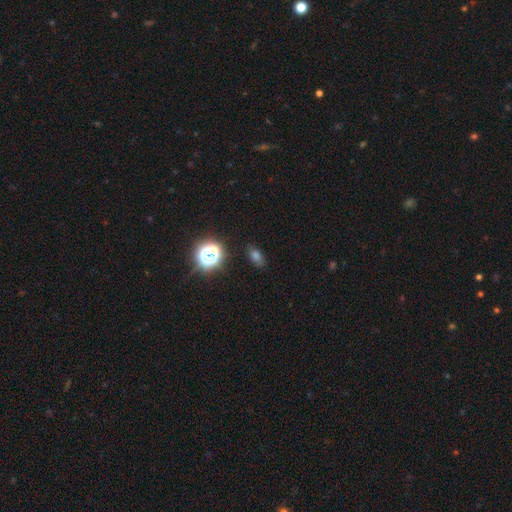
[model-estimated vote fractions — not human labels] smooth 64%, star or artifact 26%, featured or disk 10%. Down the decision tree: how rounded — in between (77%); merging — none (83%).